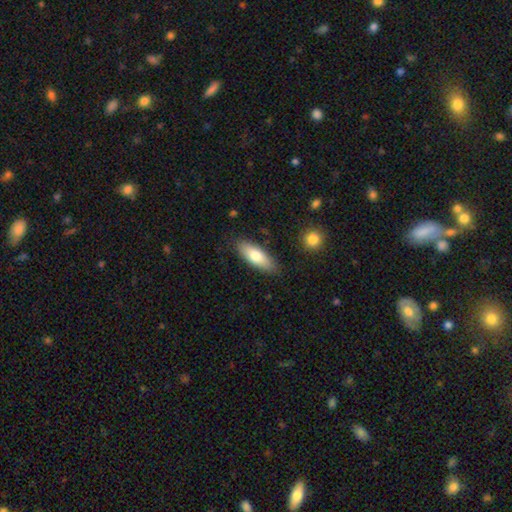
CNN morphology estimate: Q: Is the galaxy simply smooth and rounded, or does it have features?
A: smooth — 74%.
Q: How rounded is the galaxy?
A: in between — 72%.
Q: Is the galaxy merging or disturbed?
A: none — 84%.